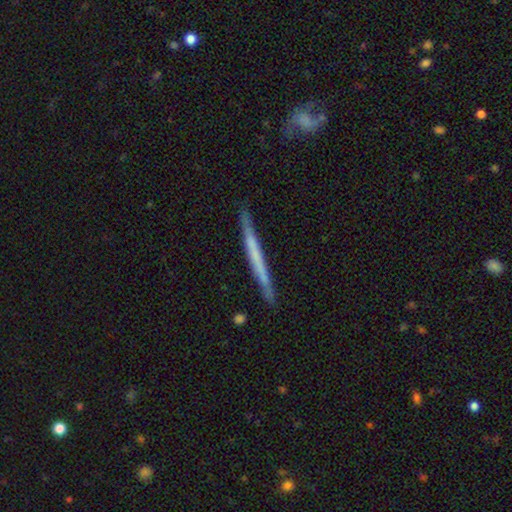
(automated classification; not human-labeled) Morphology: type=featured or disk (52%); edge-on=yes (96%); edge-on bulge=none (86%); merging=none (86%).